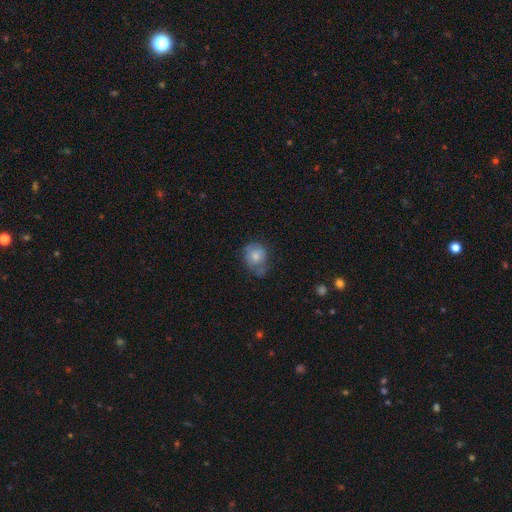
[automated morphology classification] Smooth or featured?
  - smooth: 69% *
  - featured or disk: 22%
  - star or artifact: 9%
How rounded?
  - round: 60% *
  - in between: 40%
  - cigar-shaped: 1%
Merging?
  - none: 47% *
  - minor disturbance: 33%
  - major disturbance: 15%
  - merger: 4%